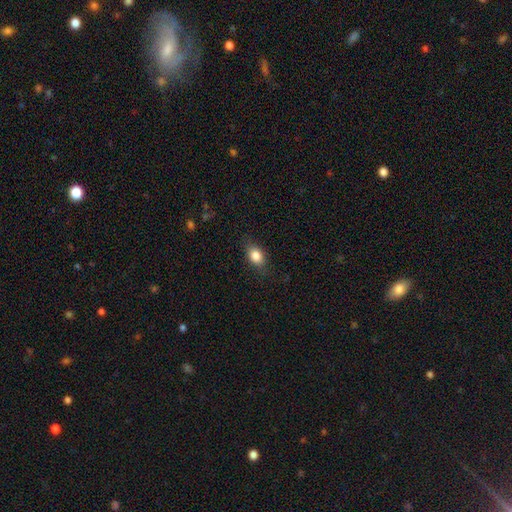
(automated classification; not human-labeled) Smooth or featured? smooth (84%)
How rounded? in between (77%)
Merging? none (81%)